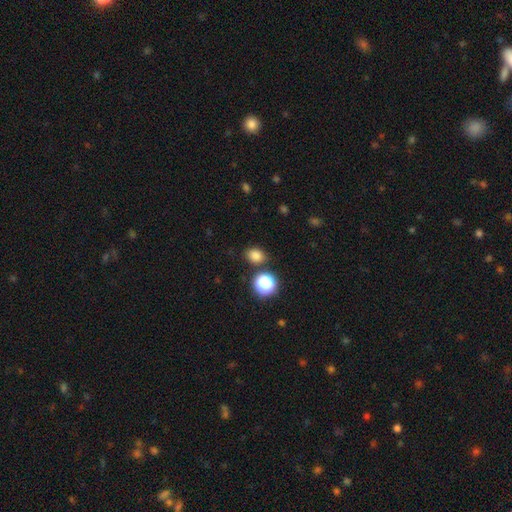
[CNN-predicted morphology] Smooth or featured?
  - smooth: 80% *
  - star or artifact: 16%
  - featured or disk: 4%
How rounded?
  - round: 53% *
  - in between: 46%
  - cigar-shaped: 1%
Merging?
  - none: 82% *
  - minor disturbance: 10%
  - merger: 5%
  - major disturbance: 3%